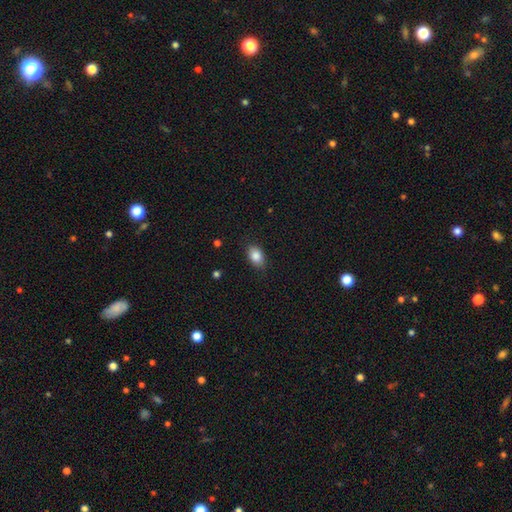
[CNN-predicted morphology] A smooth galaxy with no disk features (86%) that is in between round and cigar-shaped (87%).

Vote fractions:
- Smooth or featured? smooth: 86% / star or artifact: 8% / featured or disk: 6%
- How rounded? in between: 87% / round: 11% / cigar-shaped: 2%
- Merging? none: 85% / minor disturbance: 11% / major disturbance: 3% / merger: 1%